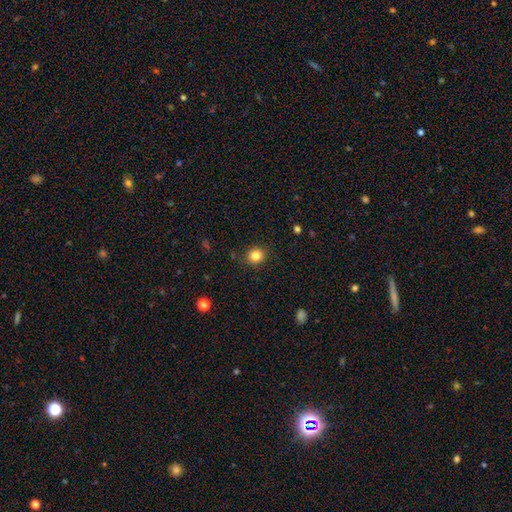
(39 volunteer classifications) Smooth or featured? smooth (92%)
How rounded? round (72%)
Merging? none (92%)